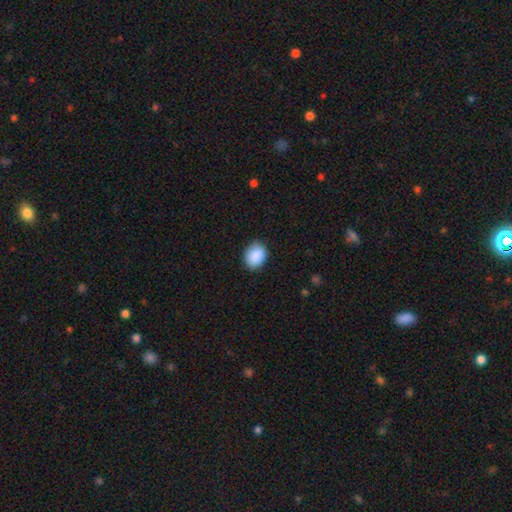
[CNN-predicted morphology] Smooth or featured?
  - smooth: 89% *
  - star or artifact: 7%
  - featured or disk: 4%
How rounded?
  - in between: 62% *
  - round: 37%
  - cigar-shaped: 1%
Merging?
  - none: 86% *
  - minor disturbance: 11%
  - major disturbance: 2%
  - merger: 1%